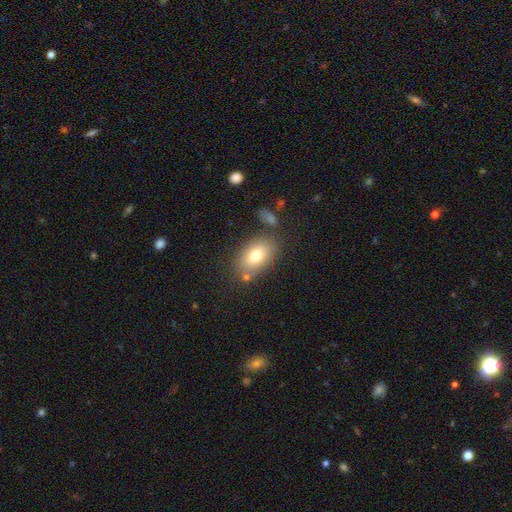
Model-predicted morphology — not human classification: smooth-or-featured: smooth: 74% | featured or disk: 17% | star or artifact: 9%
  how-rounded: in between: 85% | round: 13% | cigar-shaped: 2%
  merging: none: 72% | minor disturbance: 14% | merger: 8% | major disturbance: 5%